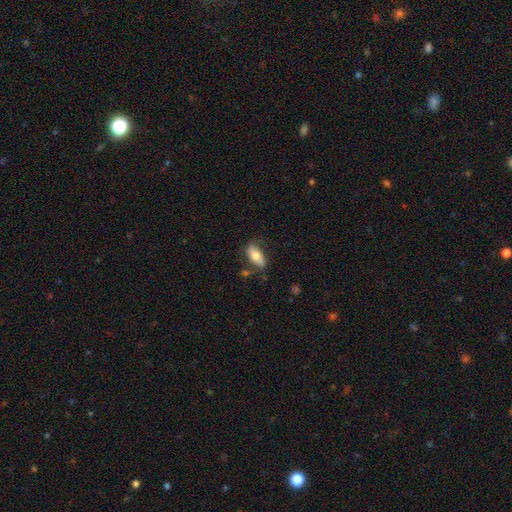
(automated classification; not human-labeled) A smooth galaxy with no disk features (68%) that is in between round and cigar-shaped (83%). Merging: none (64%).